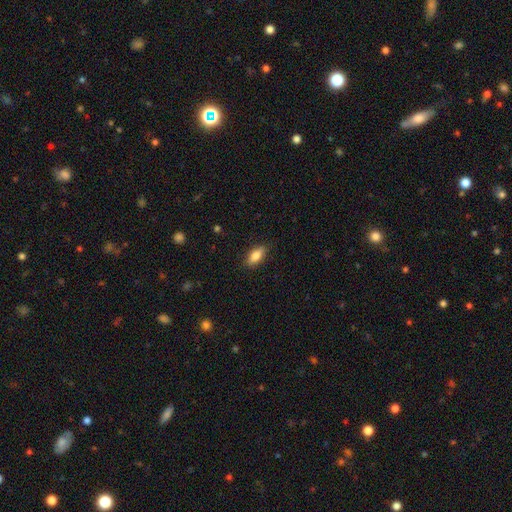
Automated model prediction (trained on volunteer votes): The model was most divided on "how rounded": in between: 81%, cigar-shaped: 16%, round: 3%. More confident: merging — none (87%); smooth or featured — smooth (81%).